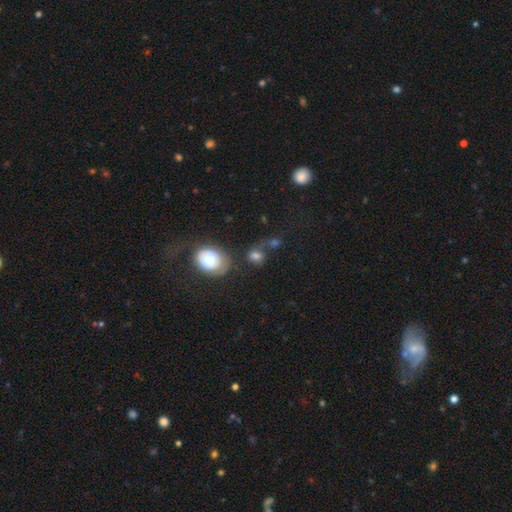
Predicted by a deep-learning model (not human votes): smooth_or_featured: smooth (p=0.66) [alt: star or artifact p=0.18]
how_rounded: round (p=0.66) [alt: in between p=0.32]
merging: none (p=0.45) [alt: merger p=0.26]